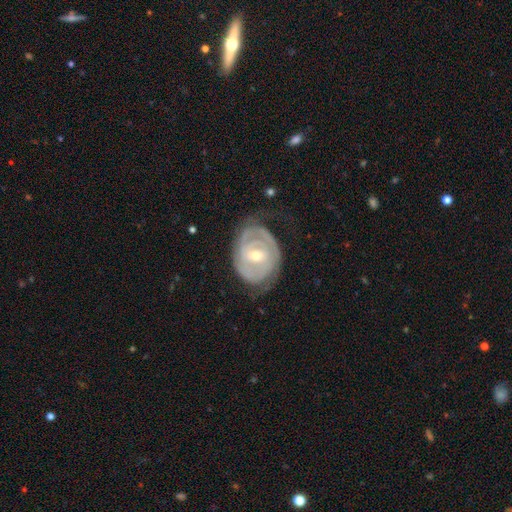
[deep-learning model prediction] Smooth or featured: featured or disk — 84% (smooth — 11%)
Edge-on disk: no — 97% (yes — 3%)
Bar: weak — 50% (no — 31%)
Spiral arms: yes — 91% (no — 9%)
Spiral winding: tight — 69% (medium — 24%)
Spiral arm count: 2 — 52% (can't tell — 26%)
Bulge size: moderate — 52% (small — 45%)
Merging: none — 62% (minor disturbance — 23%)